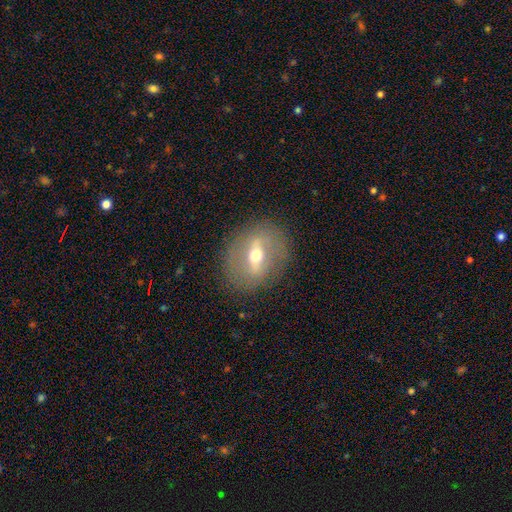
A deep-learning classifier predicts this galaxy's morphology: This is likely a featured or disk galaxy (67%). It is likely not viewed edge-on (71%). Merging: clearly none (84%).